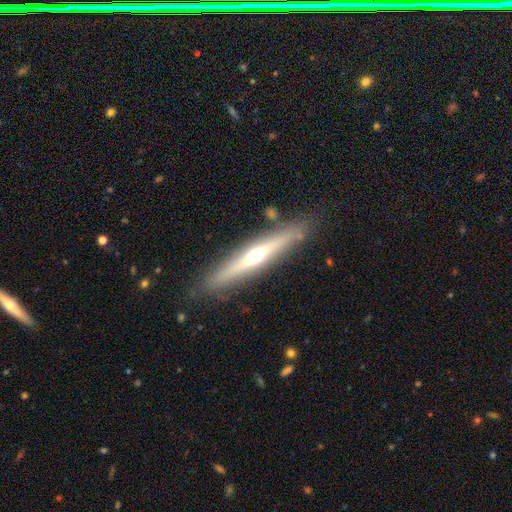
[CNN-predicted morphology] type=featured or disk (65%); edge-on=yes (94%); edge-on bulge=rounded (85%); merging=none (86%).